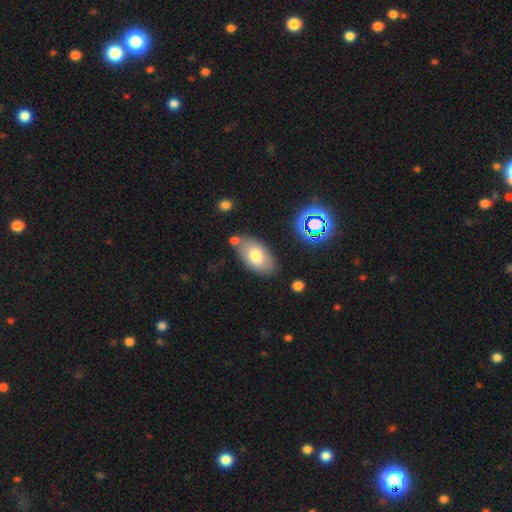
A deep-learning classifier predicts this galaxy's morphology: smooth-or-featured: smooth: 71% | featured or disk: 21% | star or artifact: 9%
  how-rounded: in between: 93% | round: 5% | cigar-shaped: 2%
  merging: none: 71% | minor disturbance: 15% | merger: 9% | major disturbance: 4%